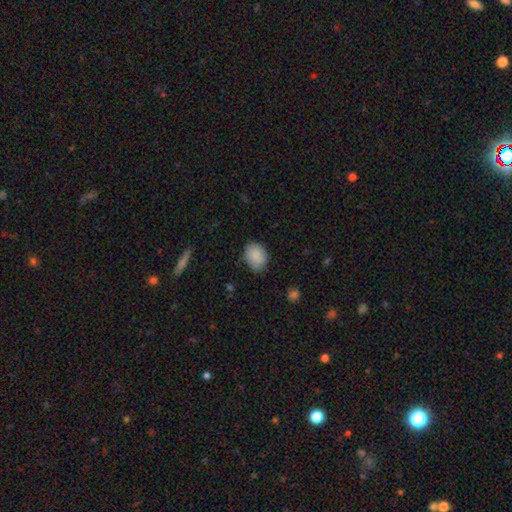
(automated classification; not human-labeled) A smooth galaxy with no disk features (88%) that is in between round and cigar-shaped (57%). Merging: none (76%).